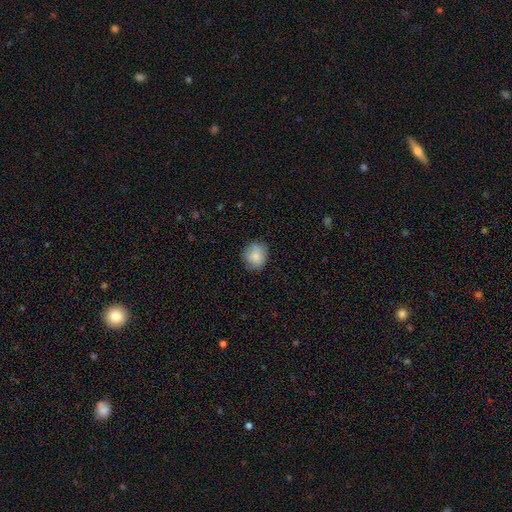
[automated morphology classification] This is clearly a smooth galaxy (82%). How rounded: likely round (79%). Merging: likely none (77%).